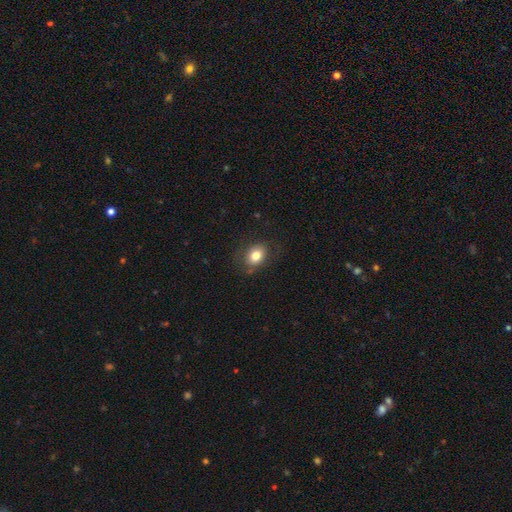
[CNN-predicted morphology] Q: Smooth or featured?
A: smooth (78%); runner-up: featured or disk (13%)
Q: How rounded?
A: in between (69%); runner-up: round (30%)
Q: Merging?
A: none (75%); runner-up: minor disturbance (17%)